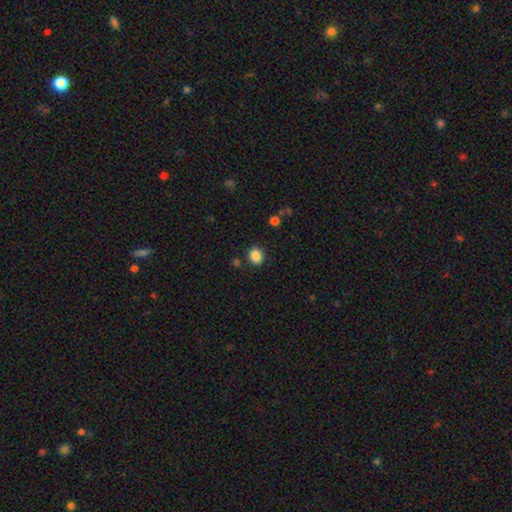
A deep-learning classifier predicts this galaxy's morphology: Smooth or featured?
  - smooth: 87% *
  - star or artifact: 10%
  - featured or disk: 3%
How rounded?
  - round: 57% *
  - in between: 42%
  - cigar-shaped: 1%
Merging?
  - none: 84% *
  - minor disturbance: 9%
  - major disturbance: 3%
  - merger: 3%